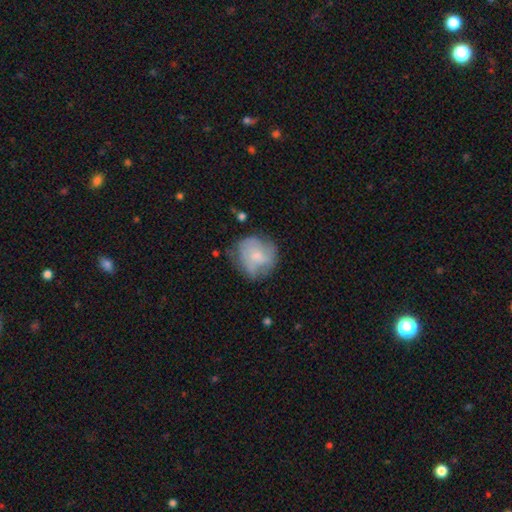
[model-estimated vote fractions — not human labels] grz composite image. It shows a smooth galaxy with no disk features (49%). Merging: none (61%).